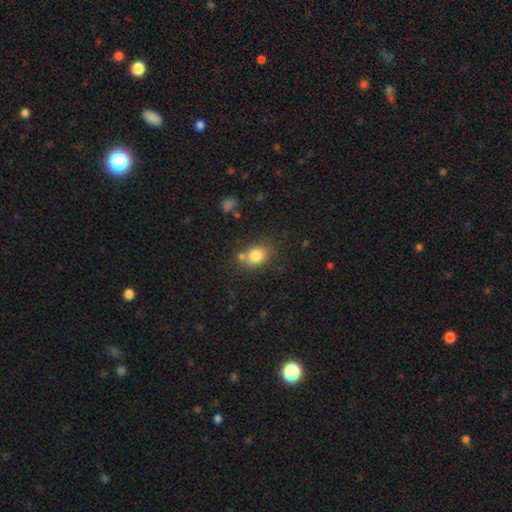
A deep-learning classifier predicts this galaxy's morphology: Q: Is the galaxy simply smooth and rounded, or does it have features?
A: smooth — 81%.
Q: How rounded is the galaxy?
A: in between — 58%.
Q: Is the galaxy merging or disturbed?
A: none — 64%.